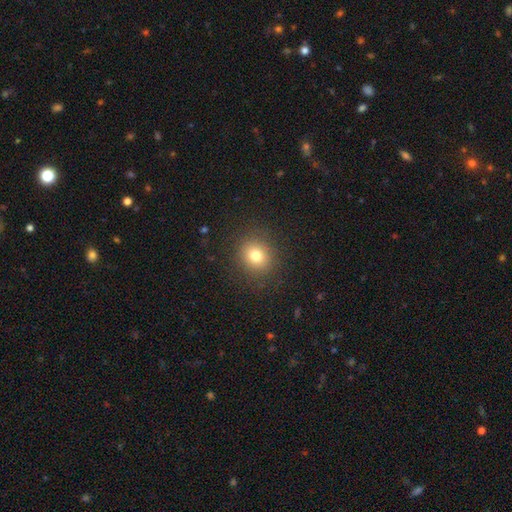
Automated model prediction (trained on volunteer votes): smooth 77%, star or artifact 14%, featured or disk 9%. Down the decision tree: how rounded — round (83%); merging — none (88%).